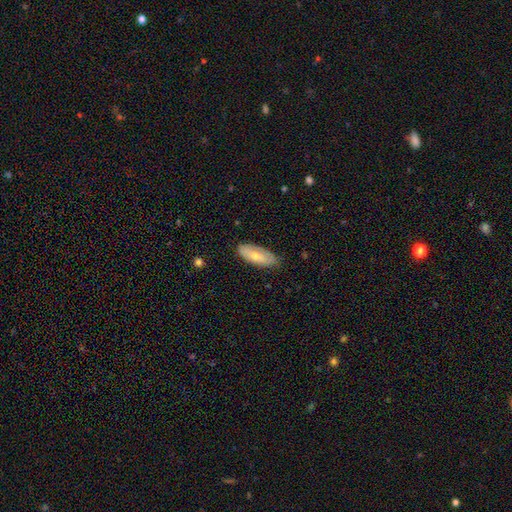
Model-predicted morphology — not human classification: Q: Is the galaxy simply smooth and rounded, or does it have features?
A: smooth — 67%.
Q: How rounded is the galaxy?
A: in between — 79%.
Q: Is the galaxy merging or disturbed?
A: none — 76%.